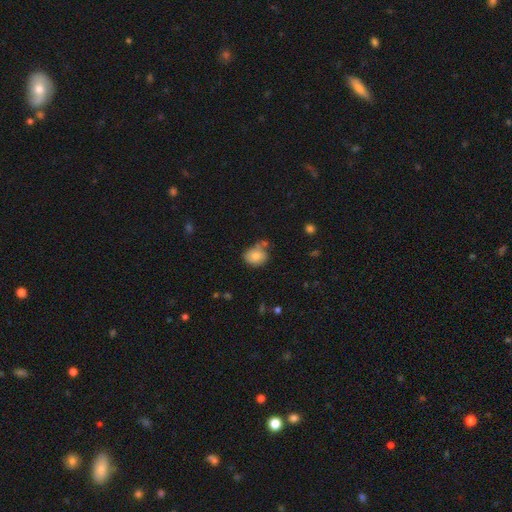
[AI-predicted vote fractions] A smooth galaxy with no disk features (82%) that is round (58%).

Vote fractions:
- Smooth or featured? smooth: 82% / star or artifact: 9% / featured or disk: 9%
- How rounded? round: 58% / in between: 41% / cigar-shaped: 1%
- Merging? none: 60% / minor disturbance: 20% / merger: 14% / major disturbance: 6%